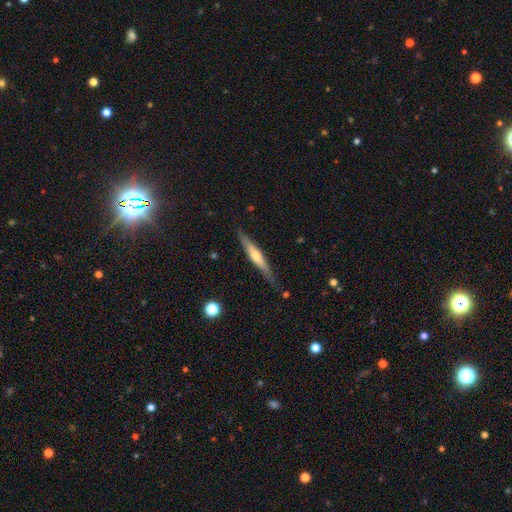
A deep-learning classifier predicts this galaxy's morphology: Q: Smooth or featured?
A: featured or disk (57%); runner-up: smooth (37%)
Q: Edge-on disk?
A: yes (94%); runner-up: no (6%)
Q: Edge-on bulge?
A: rounded (73%); runner-up: none (20%)
Q: Merging?
A: none (83%); runner-up: minor disturbance (13%)